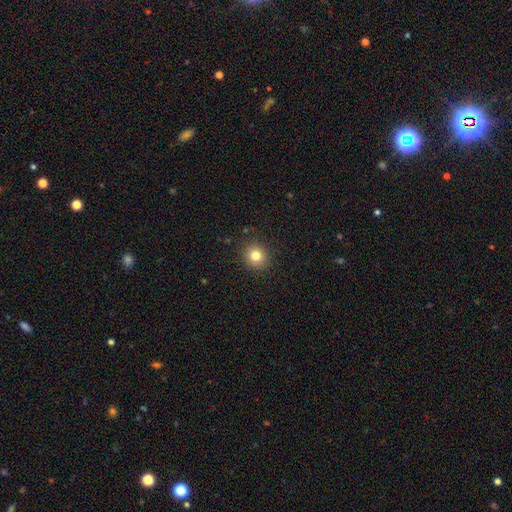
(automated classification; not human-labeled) Smooth or featured?
  - smooth: 80% *
  - star or artifact: 12%
  - featured or disk: 7%
How rounded?
  - round: 89% *
  - in between: 10%
  - cigar-shaped: 1%
Merging?
  - none: 90% *
  - minor disturbance: 7%
  - major disturbance: 2%
  - merger: 1%